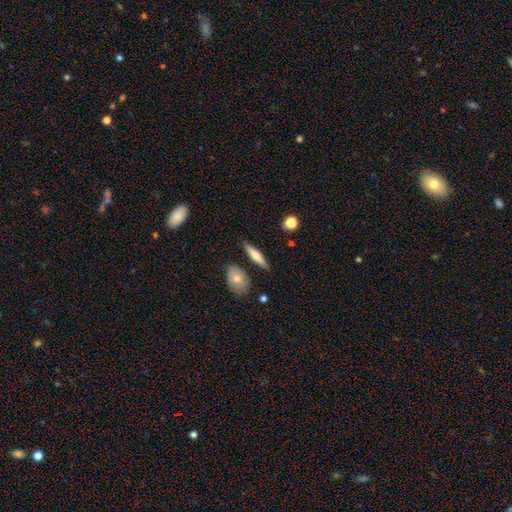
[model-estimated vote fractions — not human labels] smooth 55%, featured or disk 38%, star or artifact 7%. Down the decision tree: how rounded — cigar-shaped (69%); merging — none (82%).